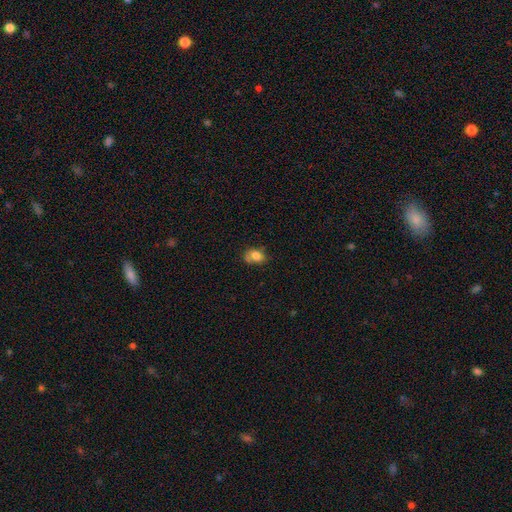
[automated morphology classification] smooth 77%, featured or disk 13%, star or artifact 10%. Down the decision tree: how rounded — in between (64%); merging — none (50%).